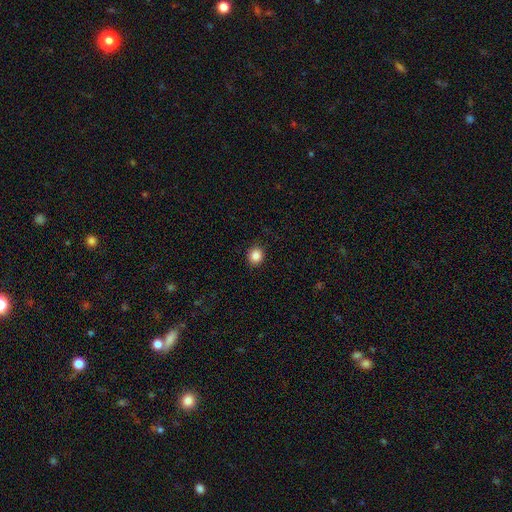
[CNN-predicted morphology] type=smooth (86%); roundness=round (84%); merging=none (91%).